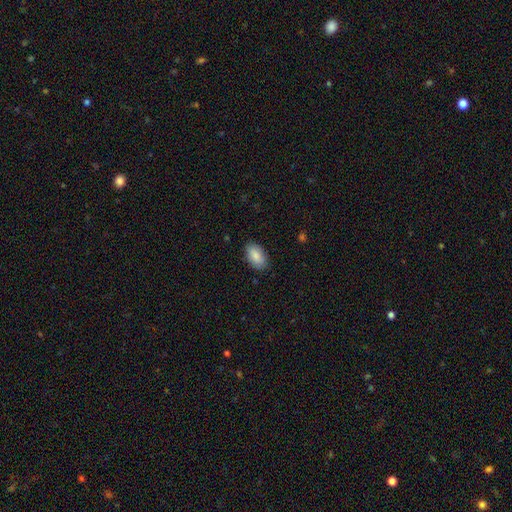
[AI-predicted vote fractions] Smooth or featured?
  - smooth: 89% *
  - star or artifact: 6%
  - featured or disk: 5%
How rounded?
  - in between: 94% *
  - round: 4%
  - cigar-shaped: 2%
Merging?
  - none: 87% *
  - minor disturbance: 10%
  - major disturbance: 2%
  - merger: 1%